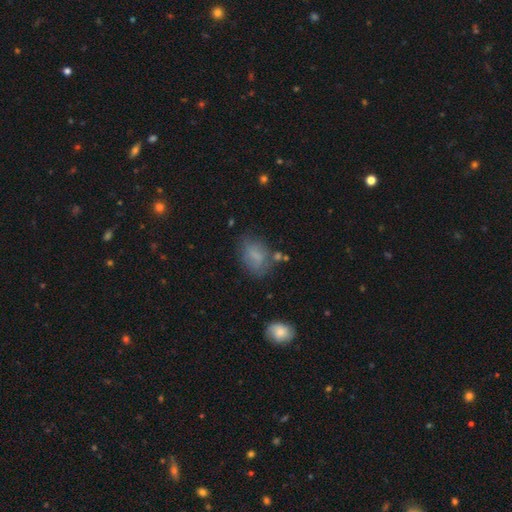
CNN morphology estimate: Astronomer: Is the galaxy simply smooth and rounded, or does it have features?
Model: smooth — 69%.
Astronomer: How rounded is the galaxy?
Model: in between — 80%.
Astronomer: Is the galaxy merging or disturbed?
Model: none — 57%.